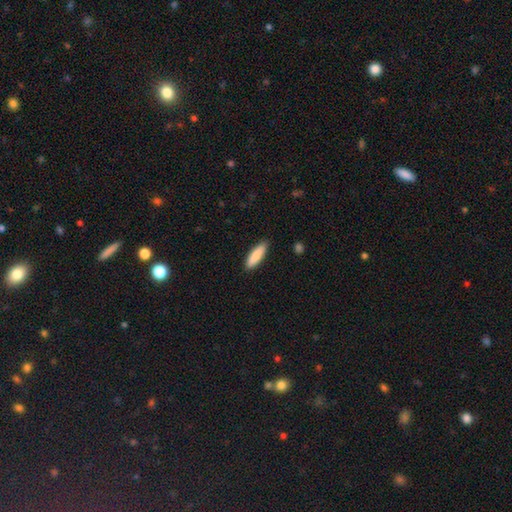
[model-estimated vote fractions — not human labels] Overall: smooth (87%). How rounded: cigar-shaped (60%; in between 38%). Merging: none (89%).